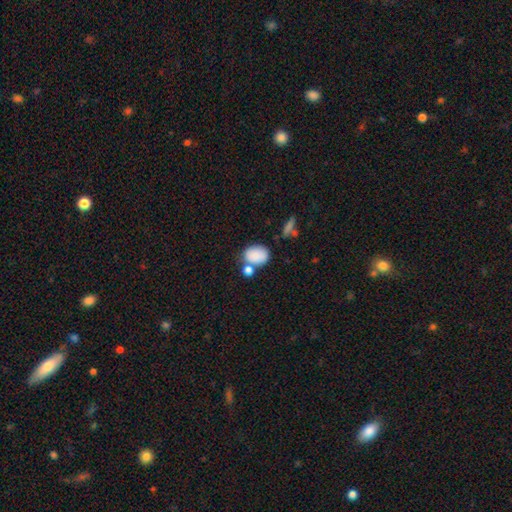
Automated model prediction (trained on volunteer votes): Overall: smooth (85%). How rounded: in between (73%). Merging: none (54%; merger 27%).